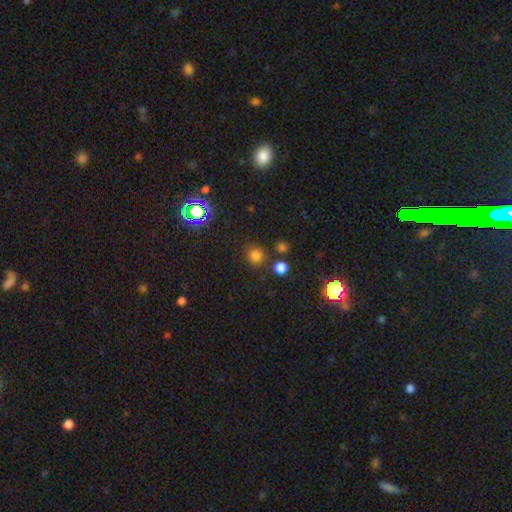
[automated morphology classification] The model was most divided on "smooth or featured": smooth: 74%, star or artifact: 21%, featured or disk: 5%. More confident: how rounded — round (89%); merging — none (79%).